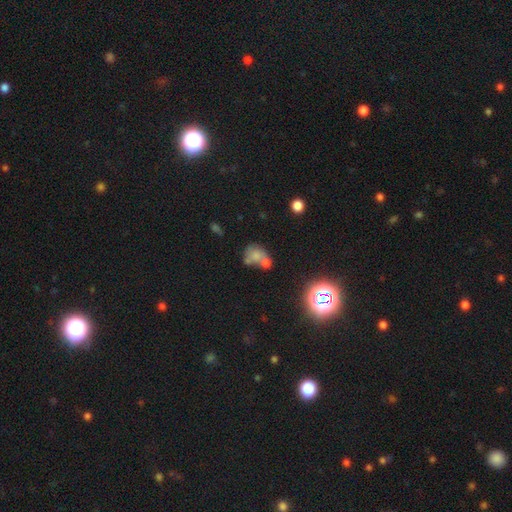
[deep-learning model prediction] Q: Smooth or featured?
A: smooth (61%); runner-up: featured or disk (22%)
Q: How rounded?
A: in between (51%); runner-up: round (48%)
Q: Merging?
A: merger (51%); runner-up: none (25%)